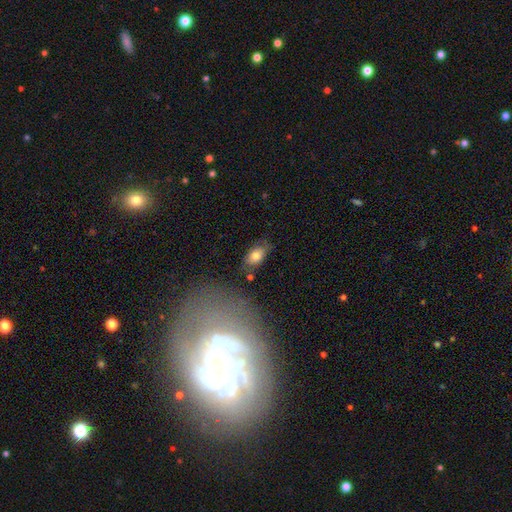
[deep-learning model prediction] A smooth galaxy with no disk features (77%) that is in between round and cigar-shaped (90%).

Vote fractions:
- Smooth or featured? smooth: 77% / featured or disk: 15% / star or artifact: 8%
- How rounded? in between: 90% / round: 7% / cigar-shaped: 3%
- Merging? none: 72% / minor disturbance: 18% / merger: 6% / major disturbance: 5%